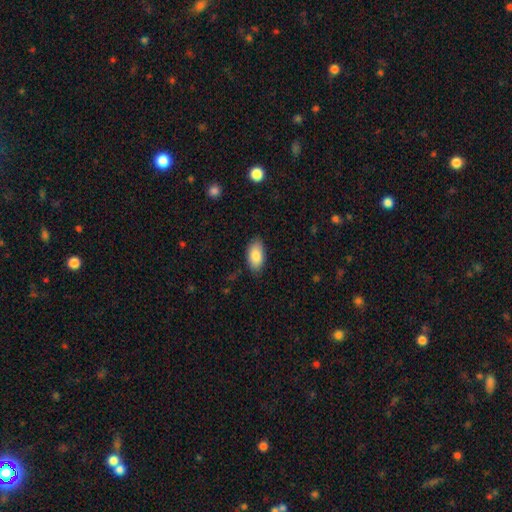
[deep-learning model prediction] Smooth or featured? smooth (86%)
How rounded? in between (94%)
Merging? none (84%)